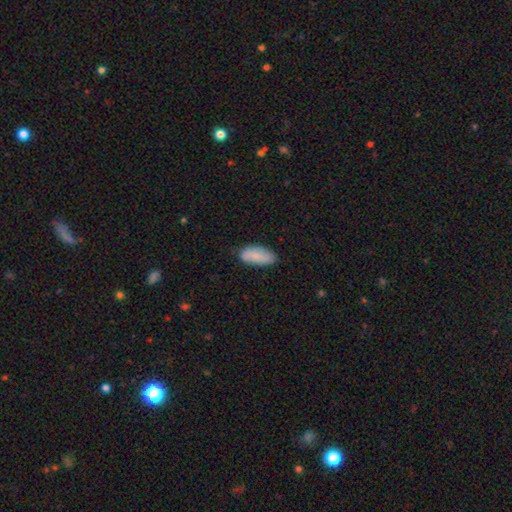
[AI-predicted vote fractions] Q: Smooth or featured?
A: smooth (83%); runner-up: featured or disk (11%)
Q: How rounded?
A: in between (86%); runner-up: cigar-shaped (12%)
Q: Merging?
A: none (76%); runner-up: minor disturbance (19%)